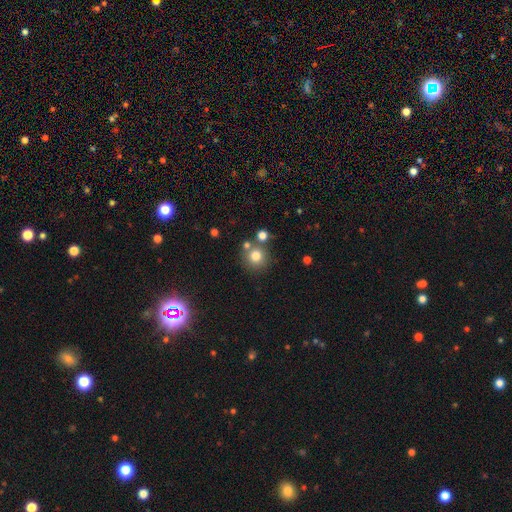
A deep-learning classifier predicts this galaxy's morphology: A smooth galaxy with no disk features (77%) that is round (92%). Merging: none (72%).